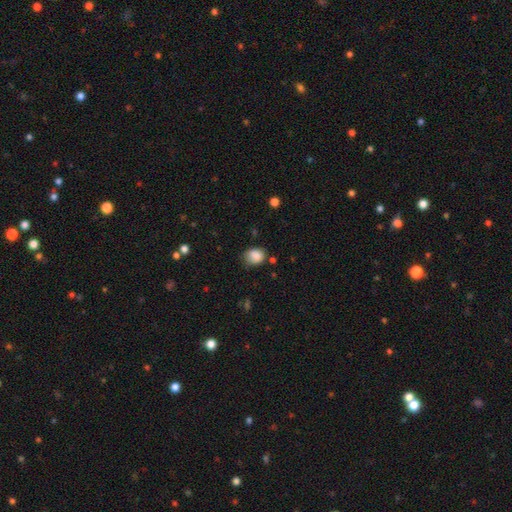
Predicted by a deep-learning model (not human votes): smooth 85%, star or artifact 9%, featured or disk 6%. Down the decision tree: how rounded — round (50%); merging — none (58%).